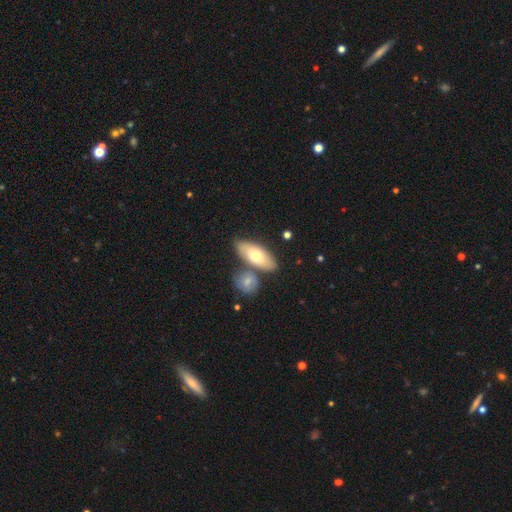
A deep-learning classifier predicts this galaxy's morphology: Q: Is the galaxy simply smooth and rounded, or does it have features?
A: smooth — 65%.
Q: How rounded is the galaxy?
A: in between — 82%.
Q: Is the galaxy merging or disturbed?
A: none — 67%.